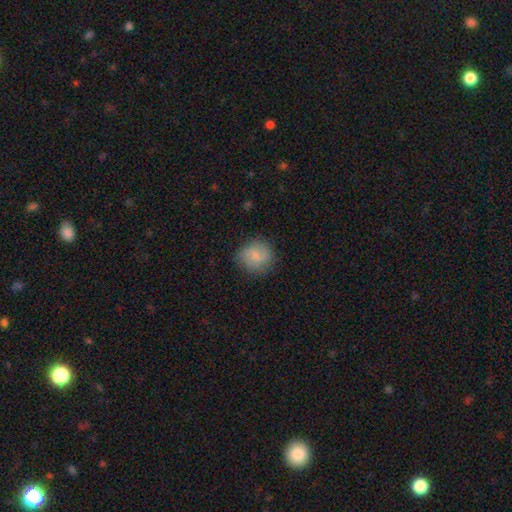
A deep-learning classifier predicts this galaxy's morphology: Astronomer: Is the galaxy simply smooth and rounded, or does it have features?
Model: smooth — 72%.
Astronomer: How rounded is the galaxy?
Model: round — 84%.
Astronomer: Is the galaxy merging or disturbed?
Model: none — 77%.